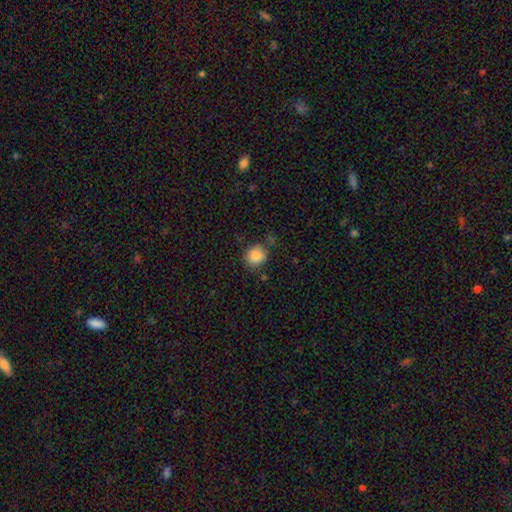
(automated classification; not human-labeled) This is clearly a smooth galaxy (86%). How rounded: clearly round (83%). Merging: likely none (76%).